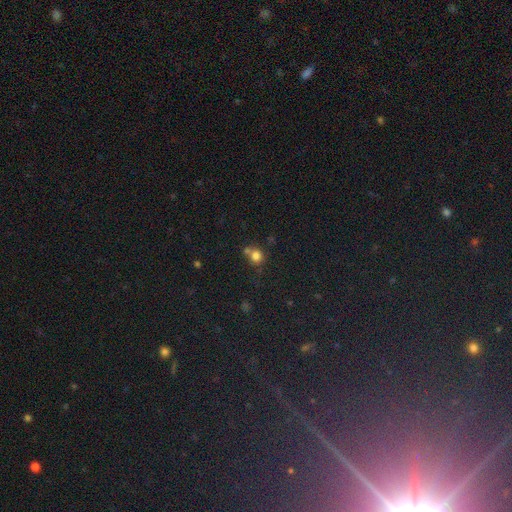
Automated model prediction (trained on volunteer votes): smooth_or_featured: smooth (p=0.78) [alt: star or artifact p=0.13]
how_rounded: round (p=0.85) [alt: in between p=0.14]
merging: none (p=0.53) [alt: merger p=0.32]